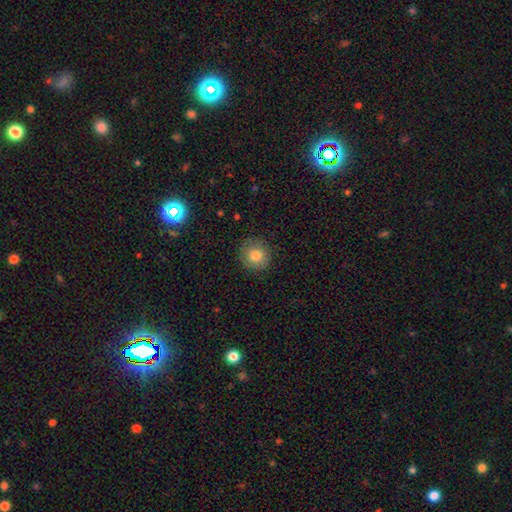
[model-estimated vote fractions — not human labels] This is likely a smooth galaxy (80%). How rounded: clearly round (91%). Merging: clearly none (85%).